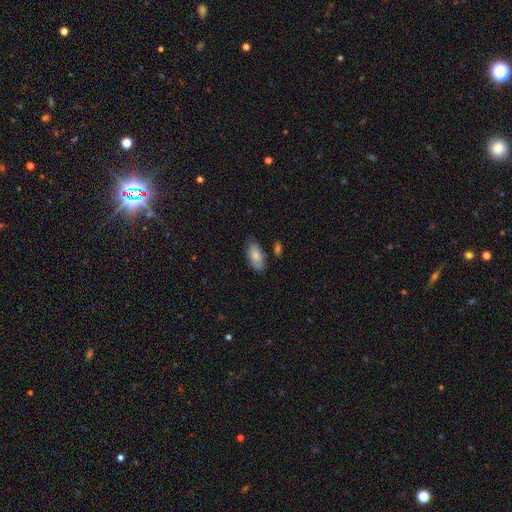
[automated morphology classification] Smooth or featured: smooth — 82% (featured or disk — 12%)
How rounded: in between — 92% (cigar-shaped — 6%)
Merging: none — 76% (minor disturbance — 17%)